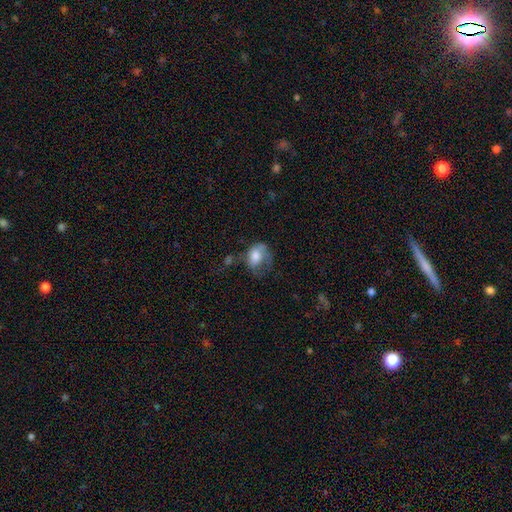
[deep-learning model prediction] Smooth or featured? smooth (66%)
How rounded? in between (64%)
Merging? major disturbance (41%)